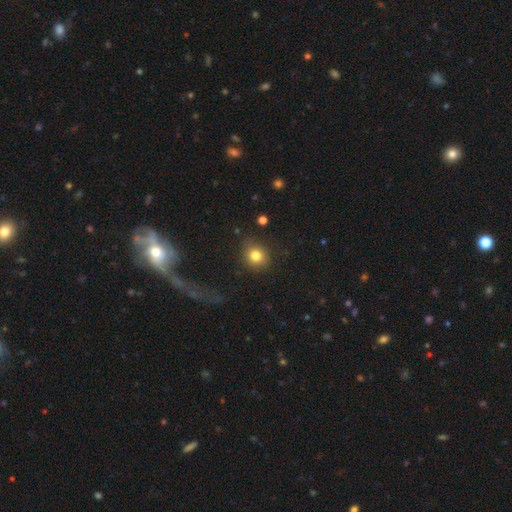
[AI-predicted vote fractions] This is clearly a smooth galaxy (81%). How rounded: likely round (78%). Merging: clearly none (83%).